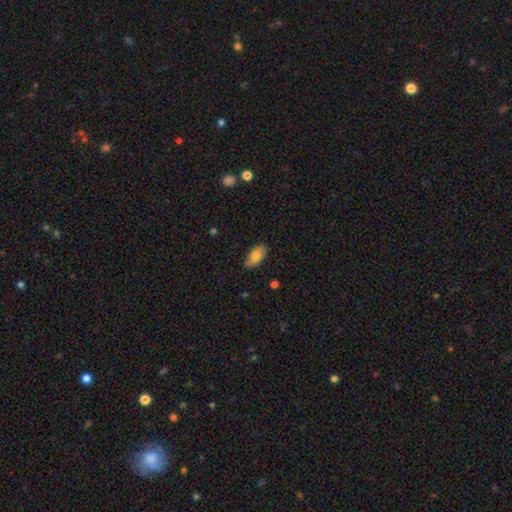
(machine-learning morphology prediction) smooth_or_featured: smooth (p=0.76) [alt: featured or disk p=0.18]
how_rounded: in between (p=0.92) [alt: cigar-shaped p=0.05]
merging: none (p=0.82) [alt: minor disturbance p=0.14]